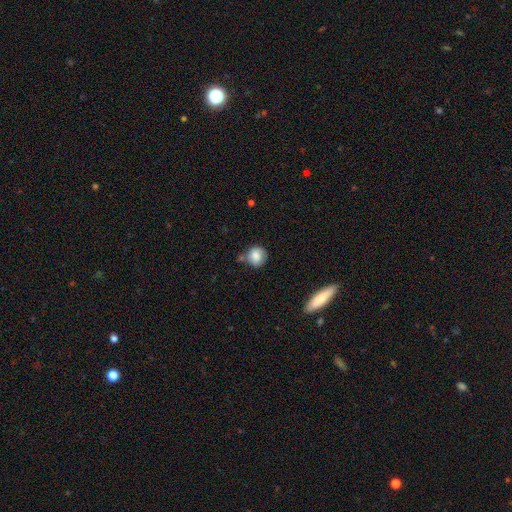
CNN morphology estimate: smooth 78%, featured or disk 13%, star or artifact 9%. Down the decision tree: how rounded — round (83%); merging — none (60%).